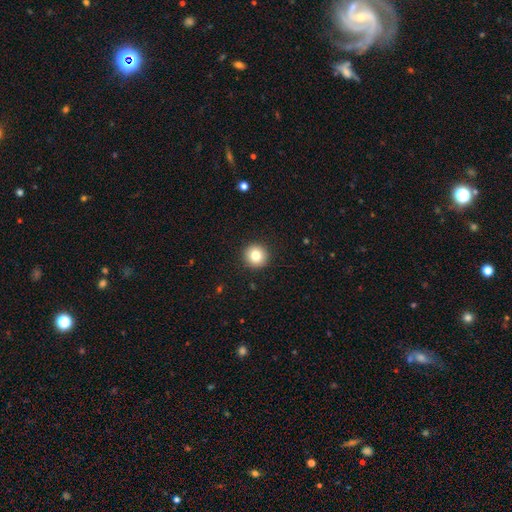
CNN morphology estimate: Smooth or featured? smooth (81%)
How rounded? round (94%)
Merging? none (92%)